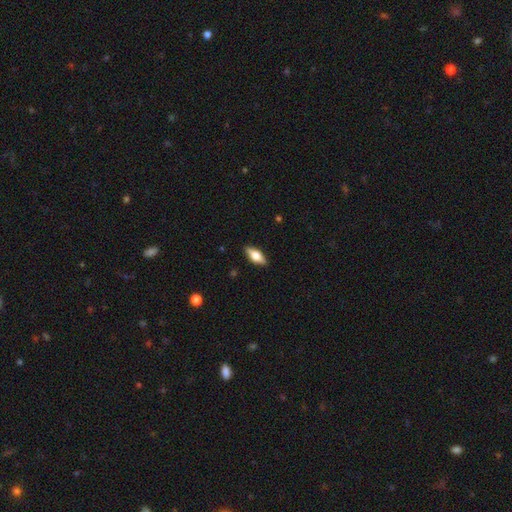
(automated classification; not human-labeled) smooth_or_featured: smooth (p=0.53) [alt: featured or disk p=0.40]
how_rounded: in between (p=0.75) [alt: cigar-shaped p=0.22]
merging: none (p=0.88) [alt: minor disturbance p=0.09]